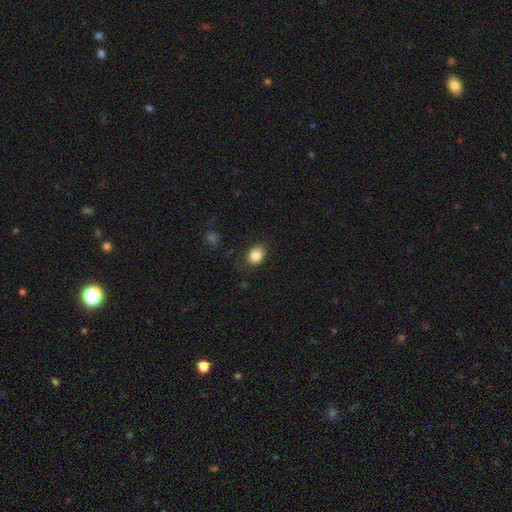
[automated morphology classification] The model was most divided on "how rounded": in between: 53%, round: 46%, cigar-shaped: 1%. More confident: smooth or featured — smooth (84%); merging — none (83%).